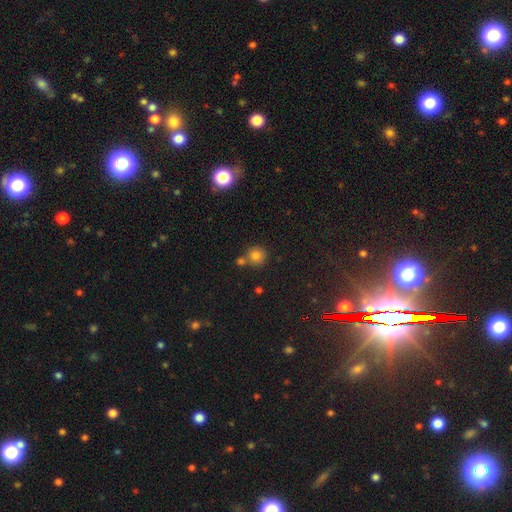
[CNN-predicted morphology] A smooth galaxy with no disk features (79%) that is round (90%).

Vote fractions:
- Smooth or featured? smooth: 79% / star or artifact: 13% / featured or disk: 8%
- How rounded? round: 90% / in between: 9% / cigar-shaped: 1%
- Merging? none: 60% / merger: 28% / minor disturbance: 9% / major disturbance: 3%